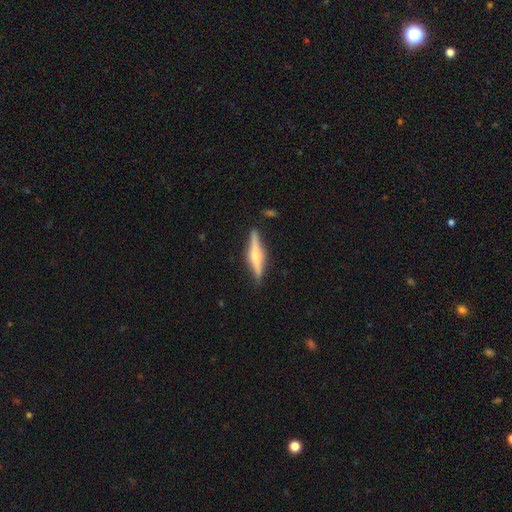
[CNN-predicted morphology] Smooth or featured?
  - featured or disk: 64% *
  - smooth: 31%
  - star or artifact: 6%
Edge-on disk?
  - yes: 96% *
  - no: 4%
Edge-on bulge?
  - rounded: 80% *
  - boxy: 12%
  - none: 8%
Merging?
  - none: 86% *
  - minor disturbance: 10%
  - major disturbance: 2%
  - merger: 2%